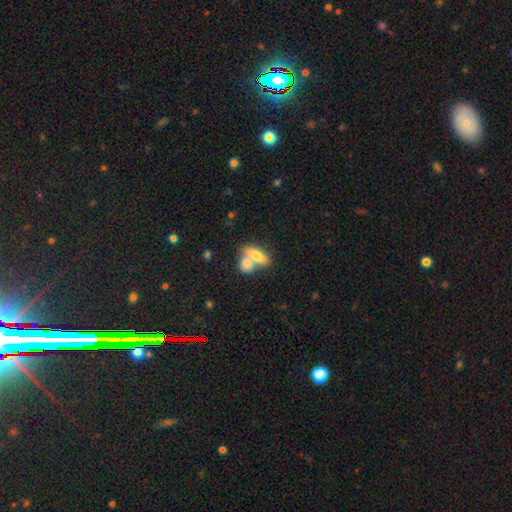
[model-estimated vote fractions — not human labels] smooth 71%, featured or disk 22%, star or artifact 7%. Down the decision tree: how rounded — in between (77%); merging — merger (60%).